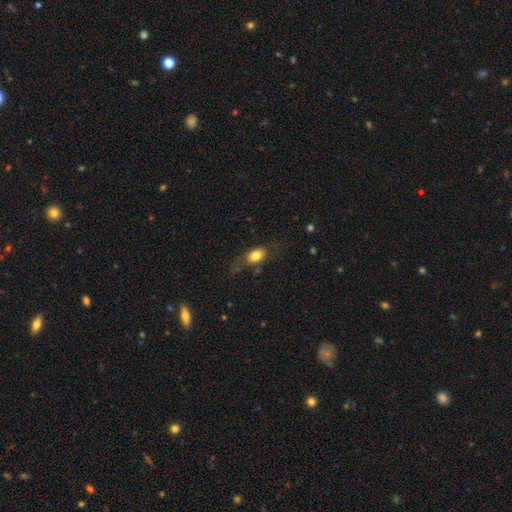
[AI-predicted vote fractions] Smooth or featured?
  - smooth: 79% *
  - featured or disk: 13%
  - star or artifact: 8%
How rounded?
  - in between: 82% *
  - round: 15%
  - cigar-shaped: 4%
Merging?
  - none: 63% *
  - minor disturbance: 22%
  - major disturbance: 13%
  - merger: 2%